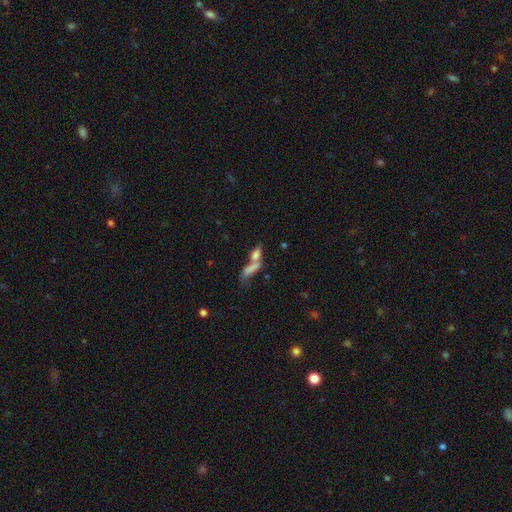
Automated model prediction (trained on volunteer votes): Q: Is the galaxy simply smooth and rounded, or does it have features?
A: smooth — 72%.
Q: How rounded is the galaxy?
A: in between — 59%.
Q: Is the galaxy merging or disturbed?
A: merger — 59%.